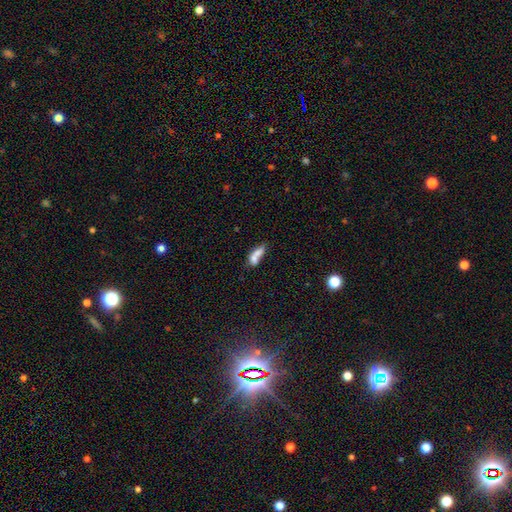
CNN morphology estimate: Smooth or featured? Predicted: smooth (p=0.68). How rounded? Predicted: in between (p=0.64). Merging? Predicted: merger (p=0.52).